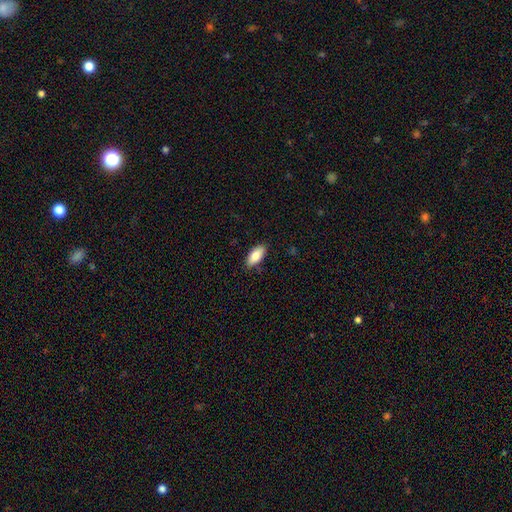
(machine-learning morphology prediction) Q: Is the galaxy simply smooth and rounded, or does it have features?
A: smooth — 83%.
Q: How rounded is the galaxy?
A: in between — 90%.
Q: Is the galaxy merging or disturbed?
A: none — 86%.